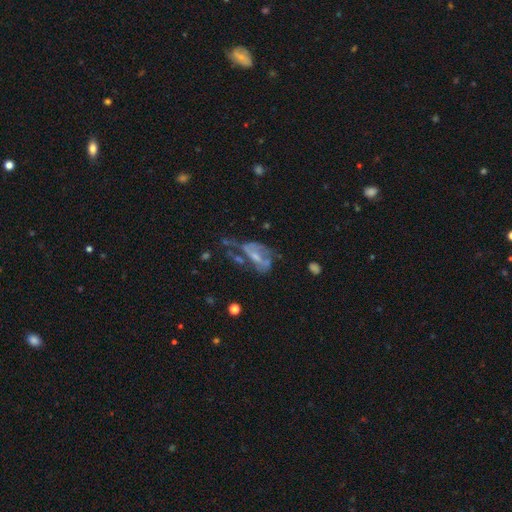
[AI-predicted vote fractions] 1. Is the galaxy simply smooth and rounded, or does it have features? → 64% featured or disk, 24% smooth, 11% star or artifact.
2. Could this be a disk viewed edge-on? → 93% no, 7% yes.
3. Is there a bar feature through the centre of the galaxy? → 43% no, 37% weak, 20% strong.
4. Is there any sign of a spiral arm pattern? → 54% yes, 46% no.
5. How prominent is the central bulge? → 44% small, 33% moderate, 17% none, 4% large, 1% dominant.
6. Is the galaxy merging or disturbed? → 42% major disturbance, 24% none, 19% minor disturbance, 15% merger.